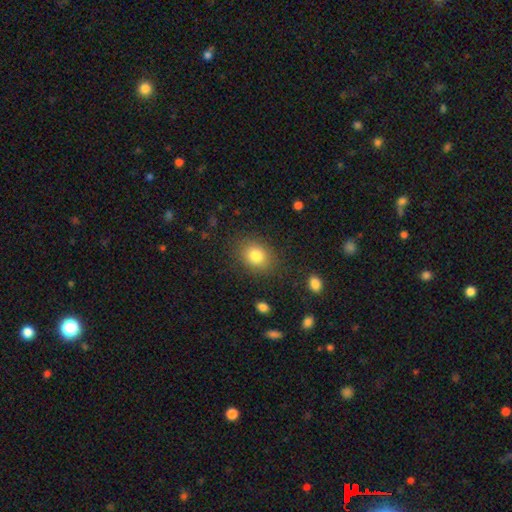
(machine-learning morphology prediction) smooth 82%, star or artifact 10%, featured or disk 8%. Down the decision tree: how rounded — round (54%); merging — none (84%).